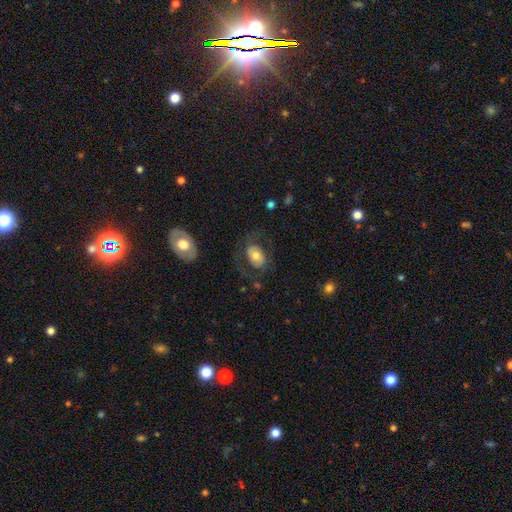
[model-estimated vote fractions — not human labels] smooth 58%, featured or disk 35%, star or artifact 8%. Down the decision tree: how rounded — in between (80%); merging — none (65%).